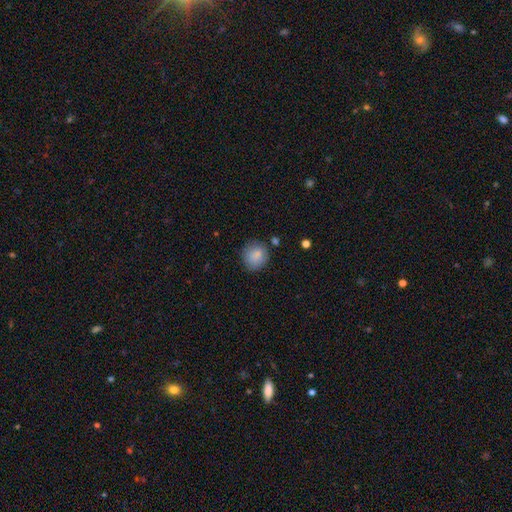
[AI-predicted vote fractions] The model was most divided on "merging": none: 79%, minor disturbance: 14%, major disturbance: 4%, merger: 3%. More confident: smooth or featured — smooth (87%); how rounded — round (84%).